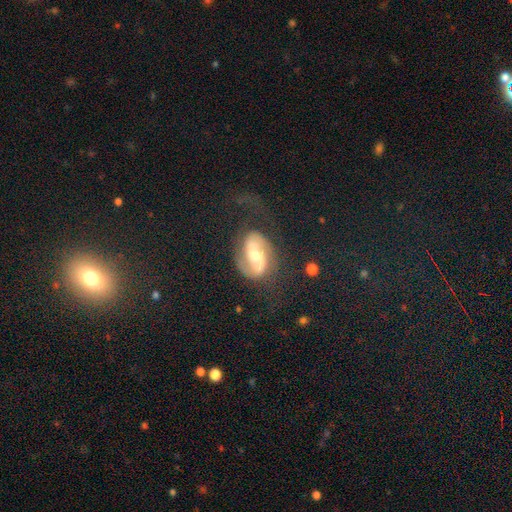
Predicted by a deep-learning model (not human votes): The model was most divided on "spiral winding": medium: 44%, loose: 39%, tight: 17%. Remaining: edge-on disk — no (97%); spiral arms — yes (96%); spiral arm count — 2 (90%); smooth or featured — featured or disk (85%); bulge size — moderate (61%); merging — none (57%); bar — weak (43%).